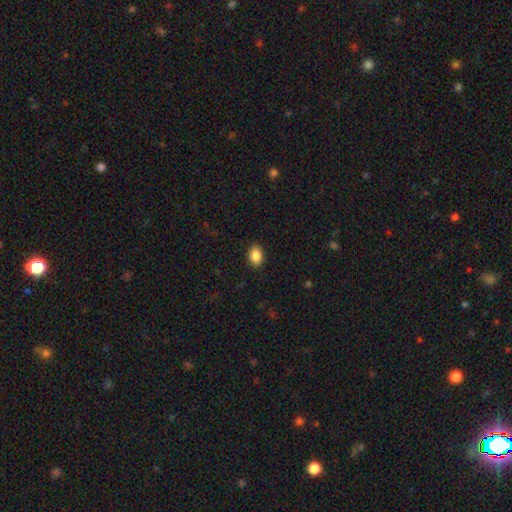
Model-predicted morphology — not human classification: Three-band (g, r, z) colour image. It shows a smooth galaxy with no disk features (88%) that is in between round and cigar-shaped (81%). Merging: none (90%).